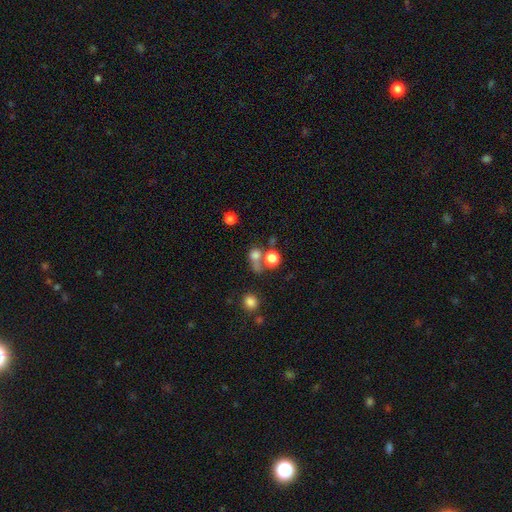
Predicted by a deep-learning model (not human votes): Smooth or featured?
  - smooth: 73% *
  - star or artifact: 17%
  - featured or disk: 10%
How rounded?
  - round: 79% *
  - in between: 19%
  - cigar-shaped: 2%
Merging?
  - none: 43% *
  - merger: 37%
  - minor disturbance: 10%
  - major disturbance: 9%